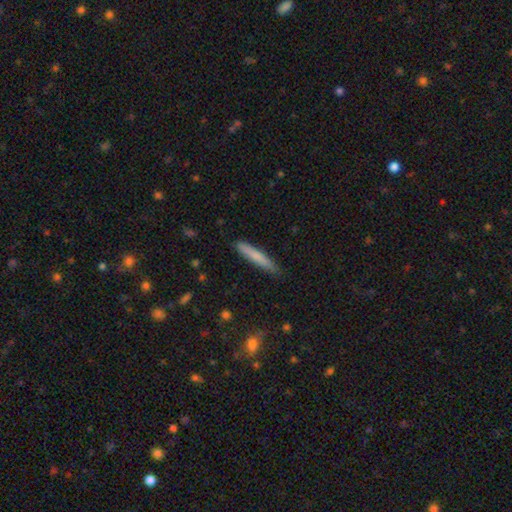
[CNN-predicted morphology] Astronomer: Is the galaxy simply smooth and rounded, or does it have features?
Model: smooth — 75%.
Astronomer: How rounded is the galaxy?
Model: cigar-shaped — 95%.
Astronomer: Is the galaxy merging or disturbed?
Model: none — 85%.